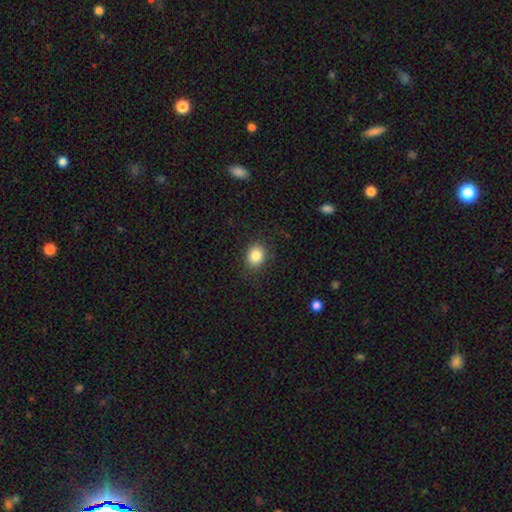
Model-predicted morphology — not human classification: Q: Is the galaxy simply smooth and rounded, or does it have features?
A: smooth — 85%.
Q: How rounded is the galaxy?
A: round — 59%.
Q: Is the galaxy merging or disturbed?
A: none — 86%.